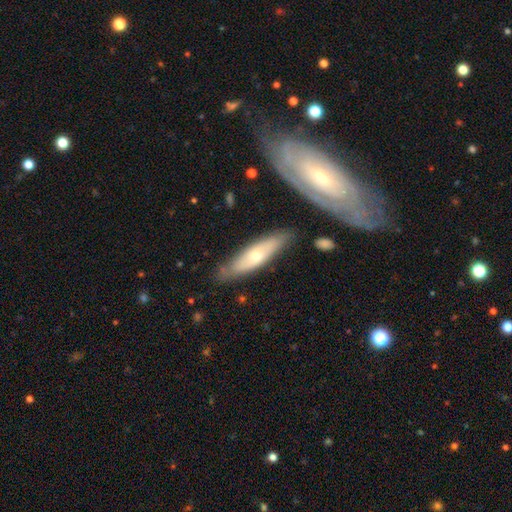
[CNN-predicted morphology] A featured or disk galaxy (47%, tied with smooth). Merging: none (77%).